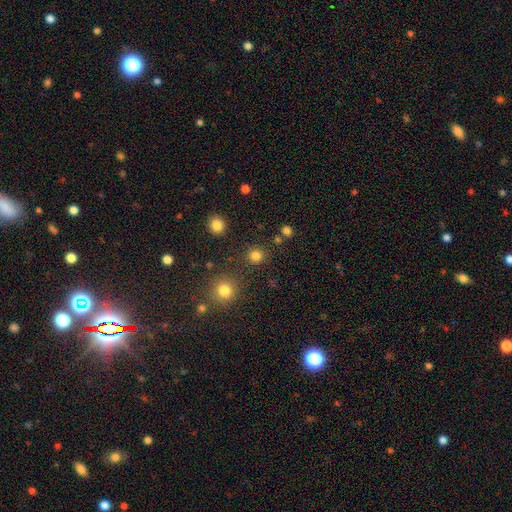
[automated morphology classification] Smooth or featured: smooth — 82% (star or artifact — 14%)
How rounded: round — 92% (in between — 7%)
Merging: none — 86% (minor disturbance — 6%)